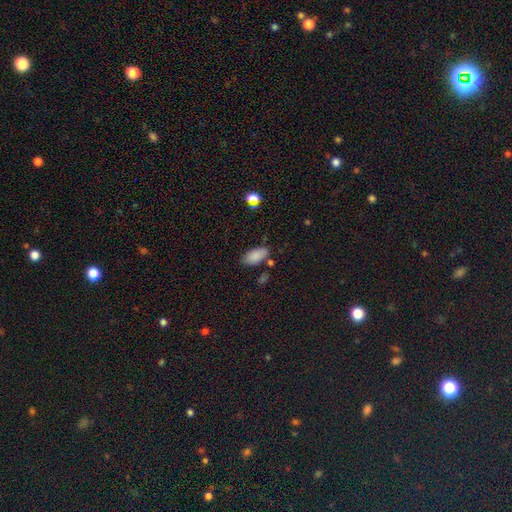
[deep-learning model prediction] Morphology: type=smooth (86%); roundness=in between (92%); merging=none (75%).